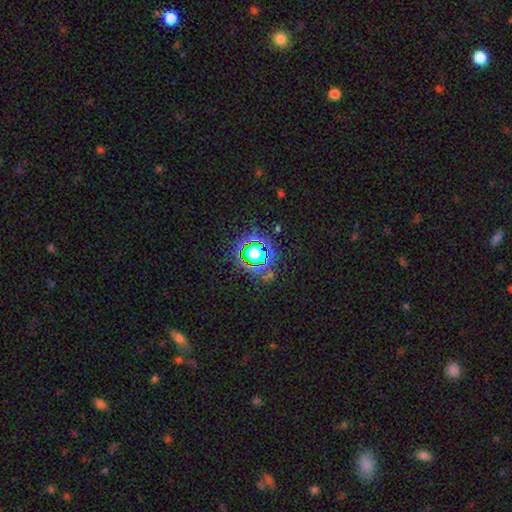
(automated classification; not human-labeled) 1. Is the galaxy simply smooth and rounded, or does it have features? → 66% star or artifact, 22% smooth, 12% featured or disk.